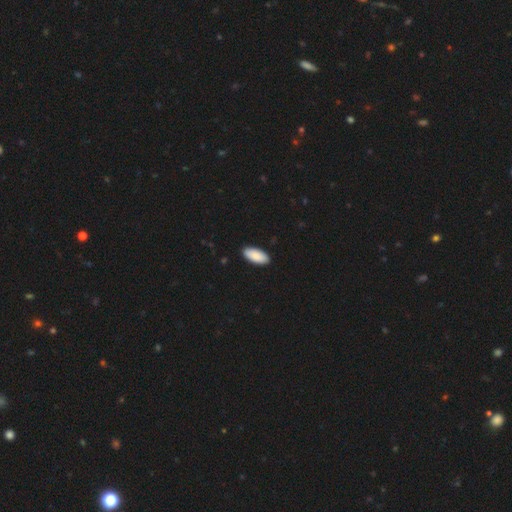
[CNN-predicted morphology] Overall: smooth (90%). How rounded: in between (91%). Merging: none (91%).